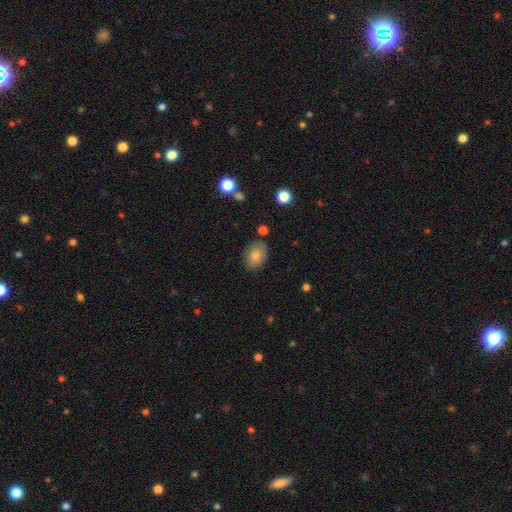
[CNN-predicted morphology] Overall: smooth (78%). How rounded: in between (79%). Merging: none (80%).